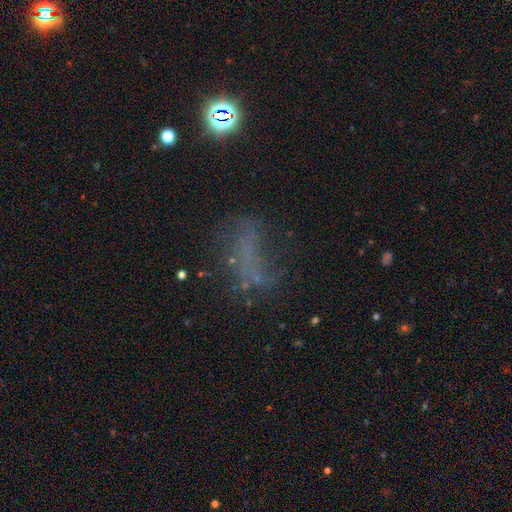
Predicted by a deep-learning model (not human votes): The model was most divided on "smooth or featured": star or artifact: 36%, featured or disk: 33%, smooth: 31%.